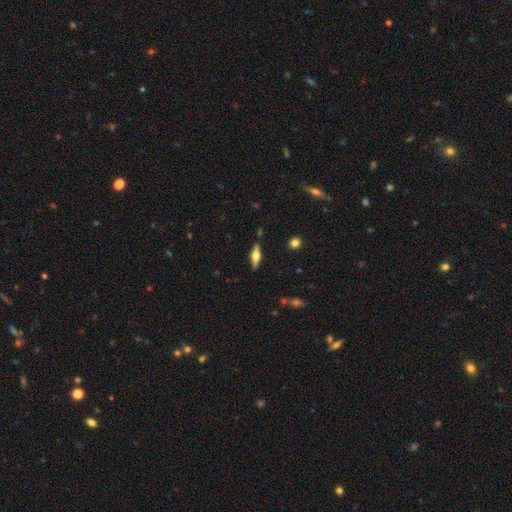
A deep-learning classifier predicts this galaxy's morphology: This is possibly a featured or disk galaxy (54%). It is clearly viewed edge-on (92%). Edge-on bulge: clearly rounded (93%). Merging: clearly none (87%).